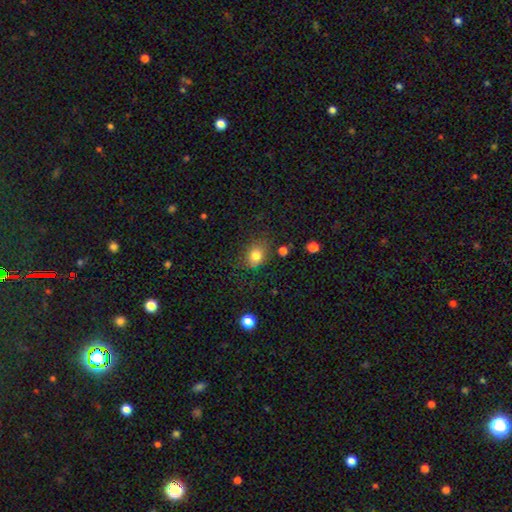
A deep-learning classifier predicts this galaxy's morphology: The model was most divided on "how rounded": round: 50%, in between: 49%, cigar-shaped: 1%. More confident: smooth or featured — smooth (81%); merging — none (73%).